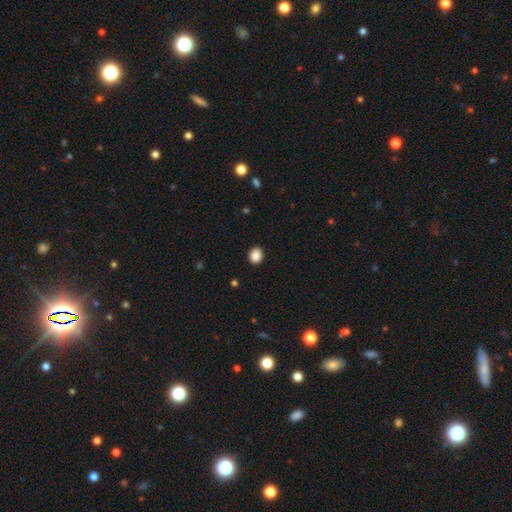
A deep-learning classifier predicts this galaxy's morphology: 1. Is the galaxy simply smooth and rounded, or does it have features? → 89% smooth, 9% star or artifact, 3% featured or disk.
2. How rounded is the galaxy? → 52% round, 47% in between, 1% cigar-shaped.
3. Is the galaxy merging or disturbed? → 90% none, 7% minor disturbance, 2% major disturbance, 1% merger.